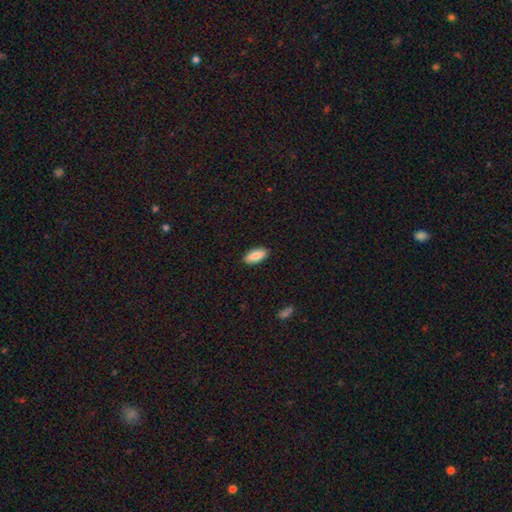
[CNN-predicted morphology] Smooth or featured: smooth — 84% (featured or disk — 10%)
How rounded: in between — 85% (cigar-shaped — 13%)
Merging: none — 89% (minor disturbance — 8%)